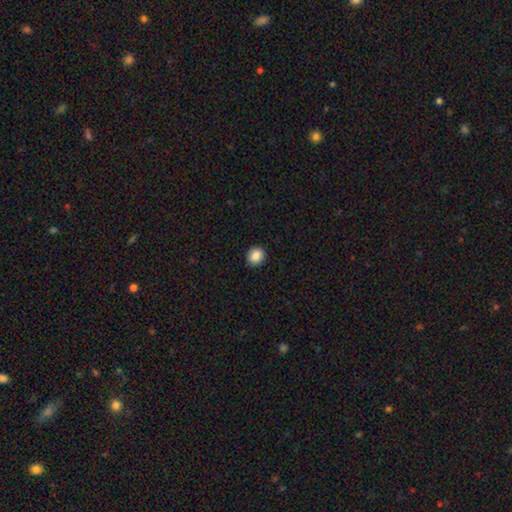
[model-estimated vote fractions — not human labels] Overall: smooth (87%). How rounded: round (78%). Merging: none (90%).